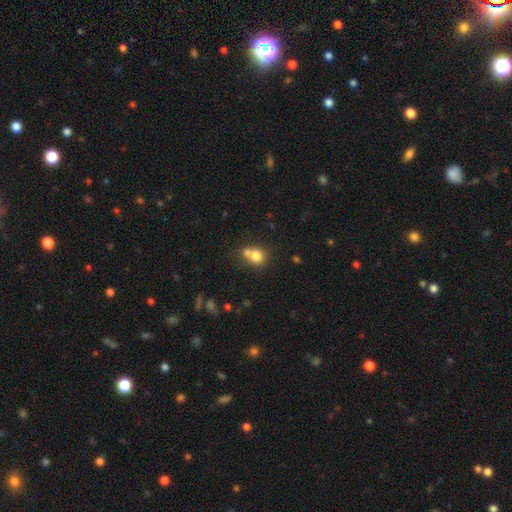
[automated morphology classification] Smooth or featured?
  - smooth: 76% *
  - featured or disk: 12%
  - star or artifact: 11%
How rounded?
  - round: 75% *
  - in between: 24%
  - cigar-shaped: 1%
Merging?
  - merger: 47% *
  - none: 40%
  - minor disturbance: 9%
  - major disturbance: 4%